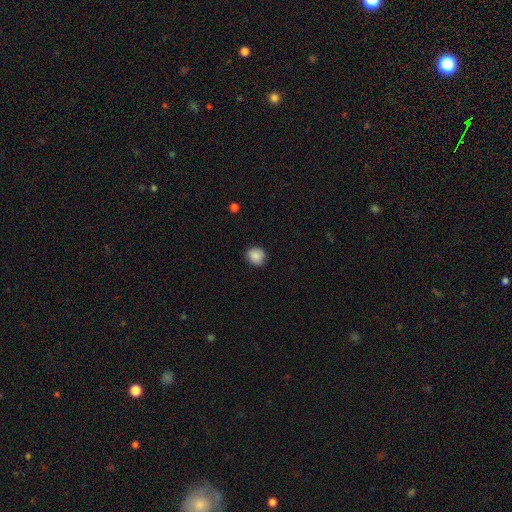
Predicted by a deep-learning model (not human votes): Q: Smooth or featured?
A: smooth (87%); runner-up: star or artifact (9%)
Q: How rounded?
A: round (83%); runner-up: in between (16%)
Q: Merging?
A: none (85%); runner-up: minor disturbance (12%)